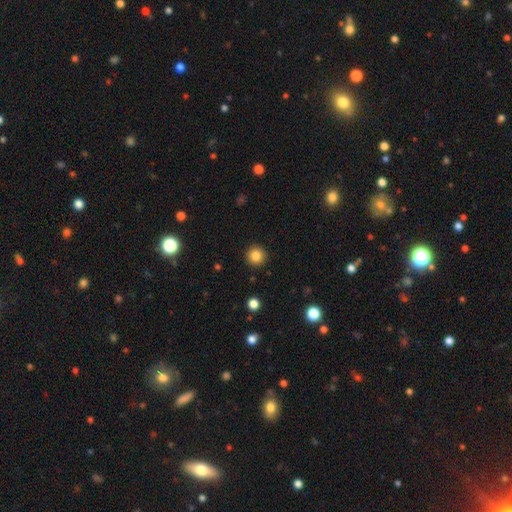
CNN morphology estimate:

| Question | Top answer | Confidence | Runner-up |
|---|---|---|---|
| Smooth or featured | smooth | 84% | star or artifact (11%) |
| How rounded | round | 95% | in between (4%) |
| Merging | none | 92% | minor disturbance (5%) |